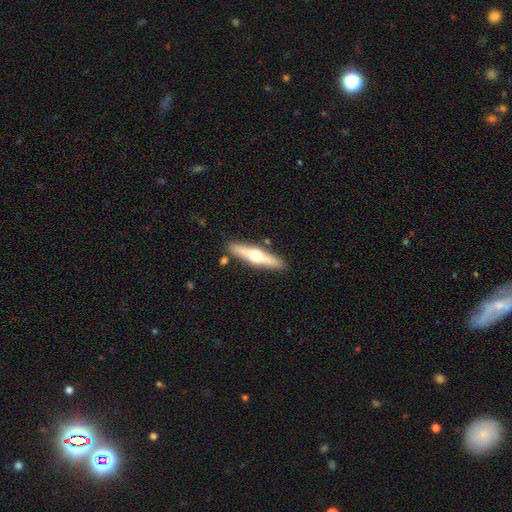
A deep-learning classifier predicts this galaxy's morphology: Smooth or featured? featured or disk (60%)
Edge-on disk? yes (94%)
Edge-on bulge? rounded (95%)
Merging? none (87%)